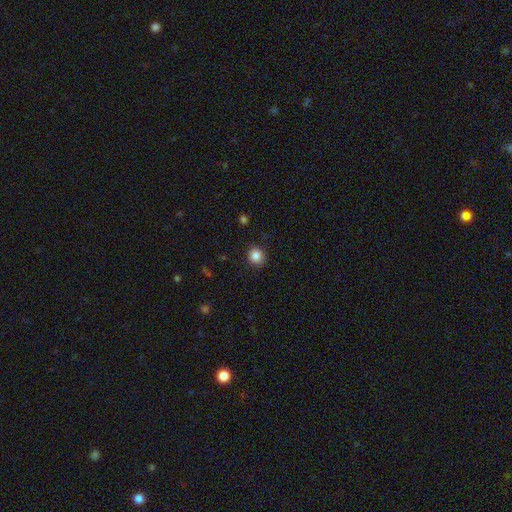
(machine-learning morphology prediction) A smooth galaxy with no disk features (86%) that is round (86%). Merging: none (89%).